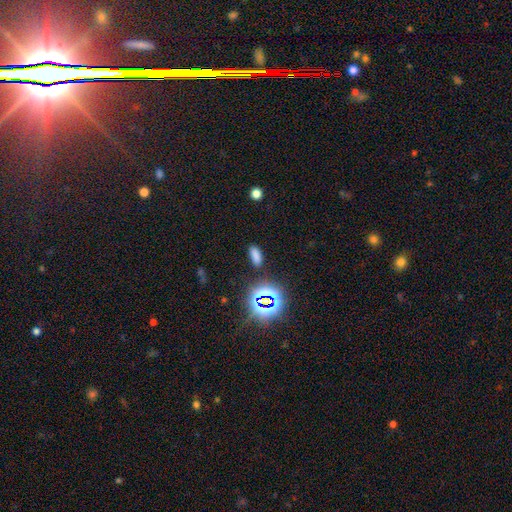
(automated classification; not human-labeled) This is likely a smooth galaxy (71%). How rounded: likely in between (76%). Merging: clearly none (85%).